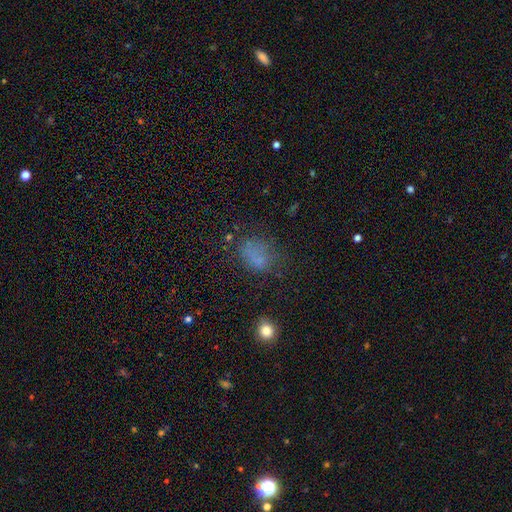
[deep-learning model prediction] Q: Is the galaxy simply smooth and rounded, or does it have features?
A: smooth — 64%.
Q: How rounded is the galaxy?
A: in between — 72%.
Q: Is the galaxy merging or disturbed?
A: none — 51%.